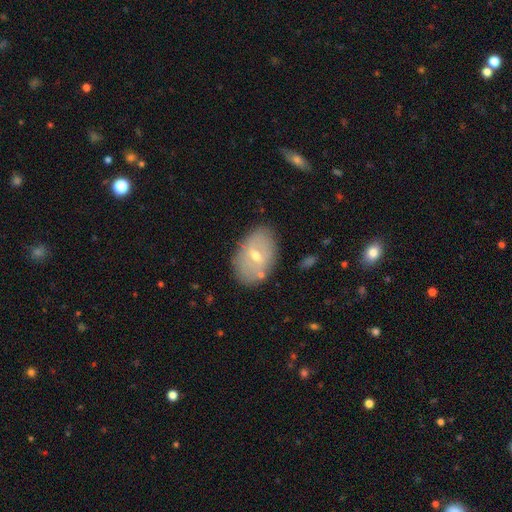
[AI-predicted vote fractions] Smooth or featured?
  - smooth: 49% *
  - featured or disk: 43%
  - star or artifact: 8%
Merging?
  - none: 78% *
  - minor disturbance: 14%
  - major disturbance: 4%
  - merger: 4%